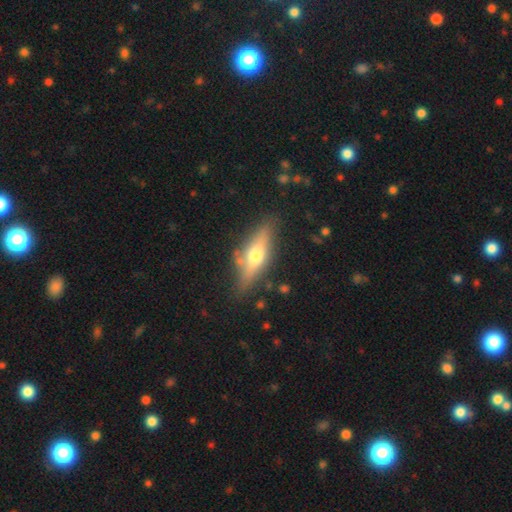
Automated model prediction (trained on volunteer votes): Overall: featured or disk (48%; smooth 45%). Merging: none (78%).